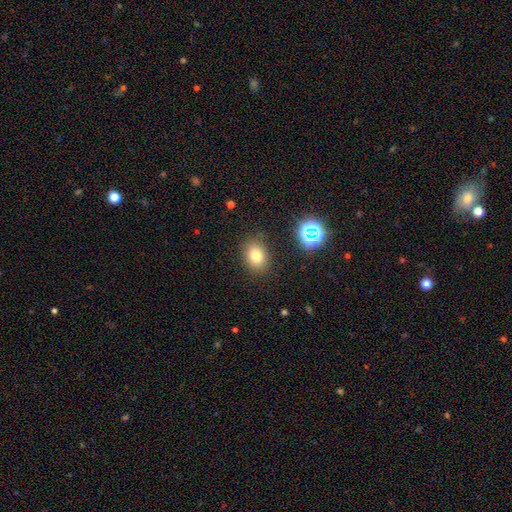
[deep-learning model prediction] Overall: smooth (77%). How rounded: in between (55%; round 44%). Merging: none (84%).